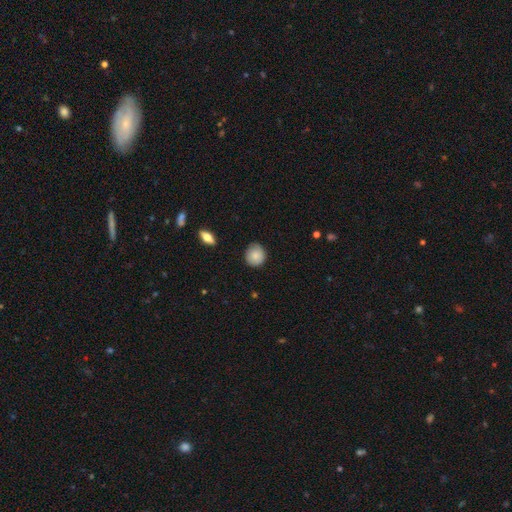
Smooth or featured?
  - smooth: 84% *
  - featured or disk: 8%
  - star or artifact: 8%
How rounded?
  - round: 74% *
  - in between: 26%
  - cigar-shaped: 0%
Merging?
  - none: 79% *
  - minor disturbance: 18%
  - major disturbance: 3%
  - merger: 0%